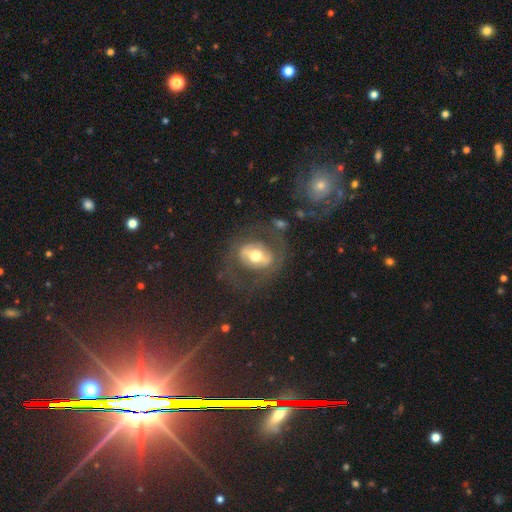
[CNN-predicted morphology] featured or disk 63%, smooth 30%, star or artifact 7%. Down the decision tree: edge-on disk — no (93%); bar — strong (40%); spiral arms — no (59%); bulge size — moderate (69%); merging — none (64%).